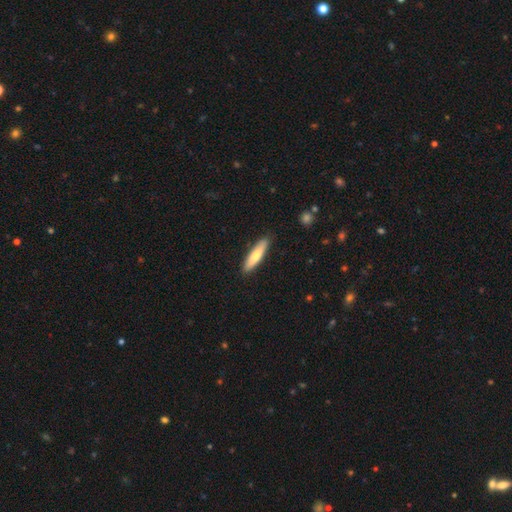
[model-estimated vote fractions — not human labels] A smooth galaxy with no disk features (73%) that is cigar-shaped (77%).

Vote fractions:
- Smooth or featured? smooth: 73% / featured or disk: 22% / star or artifact: 5%
- How rounded? cigar-shaped: 77% / in between: 21% / round: 1%
- Merging? none: 88% / minor disturbance: 9% / major disturbance: 2% / merger: 1%